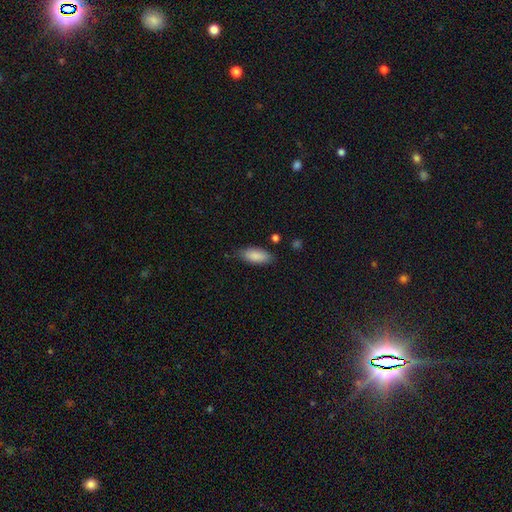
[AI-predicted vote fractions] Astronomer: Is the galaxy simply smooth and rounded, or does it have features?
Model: smooth — 88%.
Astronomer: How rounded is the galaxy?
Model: in between — 84%.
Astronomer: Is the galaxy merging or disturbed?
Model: none — 79%.